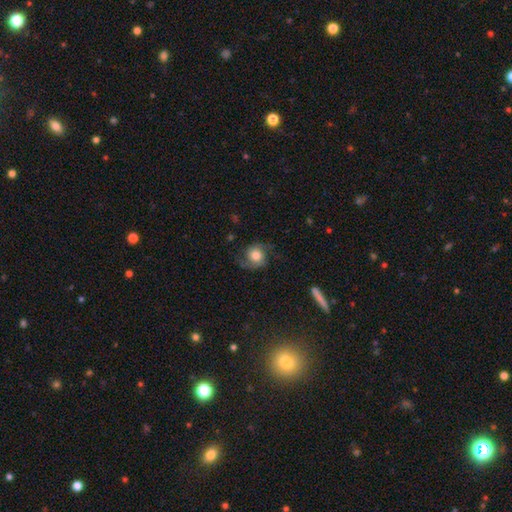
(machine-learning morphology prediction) Q: Smooth or featured?
A: smooth (46%); tied with: featured or disk (46%)
Q: Merging?
A: none (65%); runner-up: minor disturbance (20%)